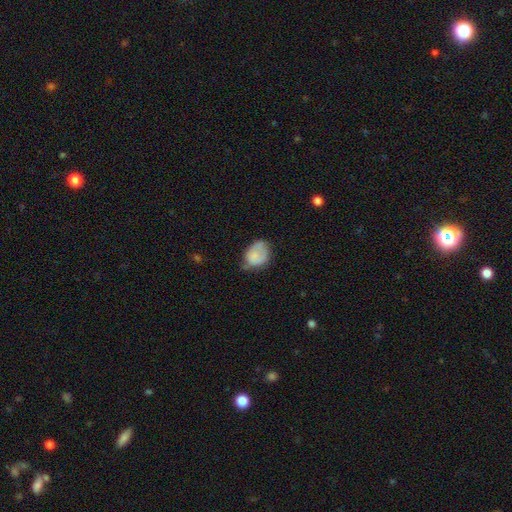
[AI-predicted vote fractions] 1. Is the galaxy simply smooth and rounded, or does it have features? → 76% smooth, 16% featured or disk, 8% star or artifact.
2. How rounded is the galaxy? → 63% in between, 36% round, 1% cigar-shaped.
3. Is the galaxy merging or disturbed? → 42% none, 40% minor disturbance, 15% major disturbance, 3% merger.